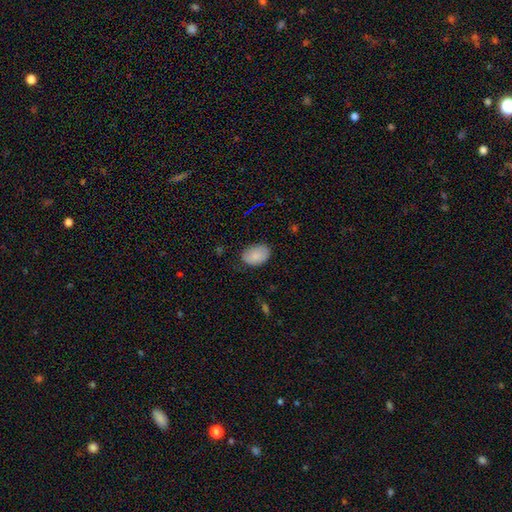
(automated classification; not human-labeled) Smooth or featured?
  - smooth: 86% *
  - star or artifact: 7%
  - featured or disk: 7%
How rounded?
  - in between: 86% *
  - round: 13%
  - cigar-shaped: 1%
Merging?
  - none: 76% *
  - minor disturbance: 19%
  - major disturbance: 4%
  - merger: 1%